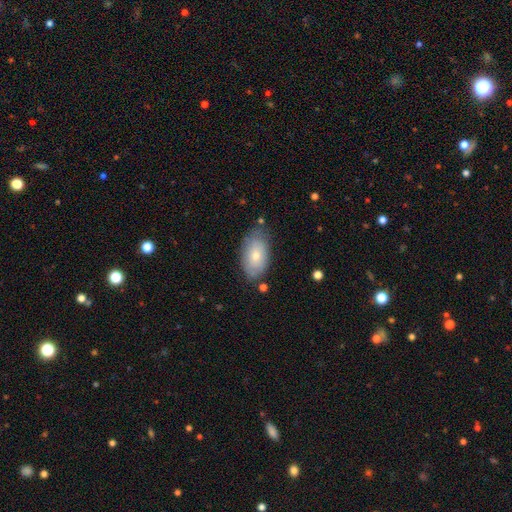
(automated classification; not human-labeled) Smooth or featured? smooth (69%)
How rounded? in between (93%)
Merging? none (70%)